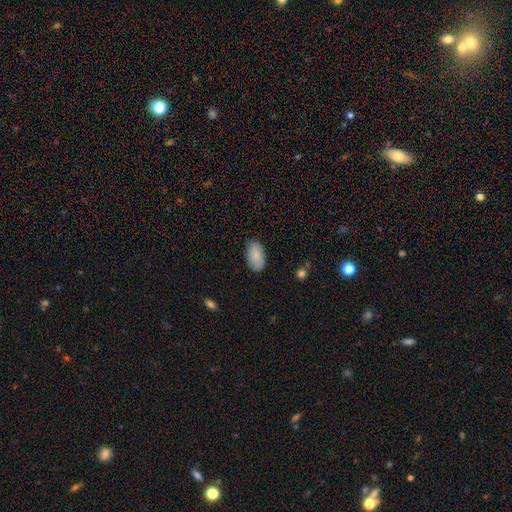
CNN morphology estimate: This appears to be a smooth galaxy with no disk features (84%) that is in between round and cigar-shaped (94%). Merging: none (82%).